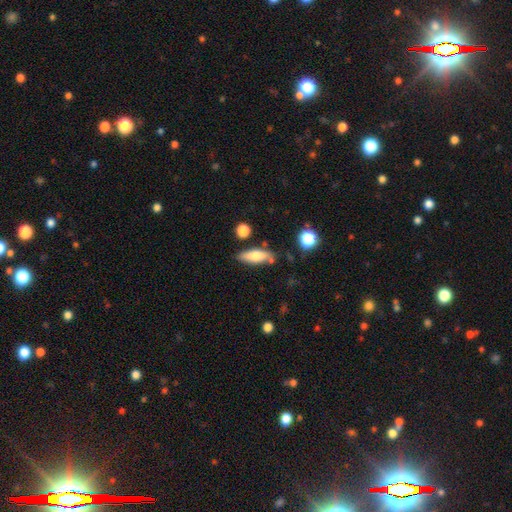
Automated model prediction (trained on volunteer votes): Smooth or featured? smooth (69%)
How rounded? in between (56%)
Merging? none (73%)